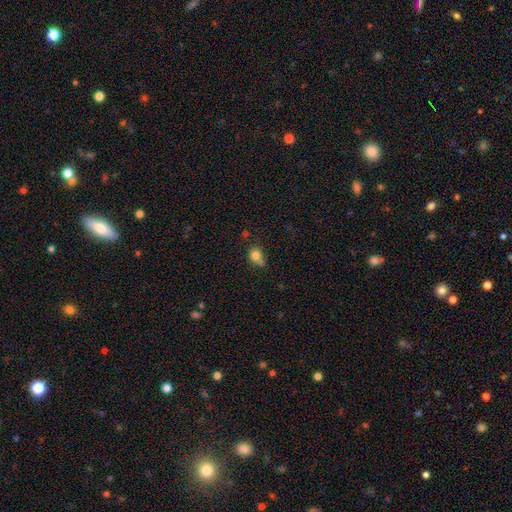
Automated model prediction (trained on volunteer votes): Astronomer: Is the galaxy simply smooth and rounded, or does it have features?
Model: smooth — 79%.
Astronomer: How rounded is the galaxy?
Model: round — 74%.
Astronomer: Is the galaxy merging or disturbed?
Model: none — 49% (runner-up: merger, 25%).